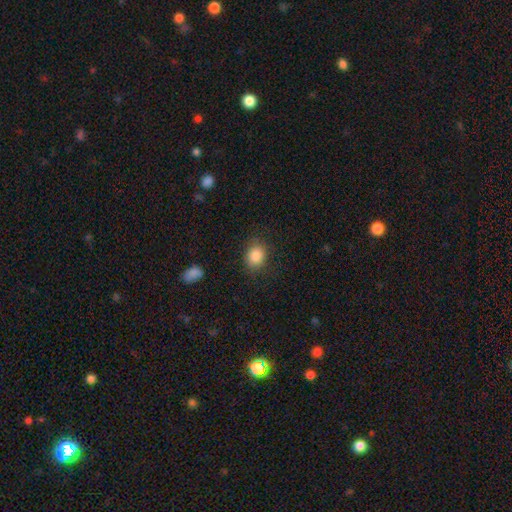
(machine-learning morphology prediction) Smooth or featured? Predicted: smooth (p=0.86). How rounded? Predicted: round (p=0.54). Merging? Predicted: none (p=0.83).